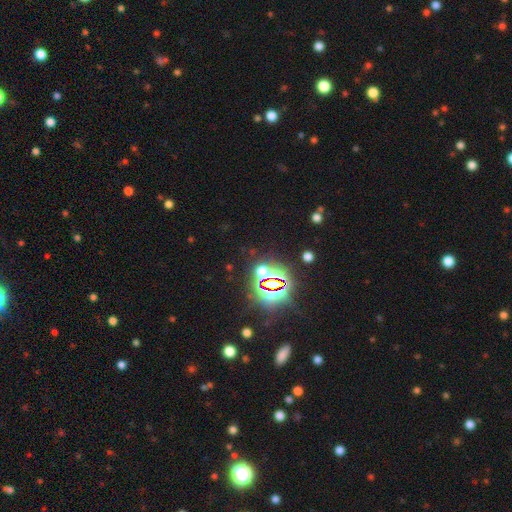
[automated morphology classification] A star or artifact, not a galaxy (83%).

Vote fractions:
- Smooth or featured? star or artifact: 83% / smooth: 10% / featured or disk: 7%